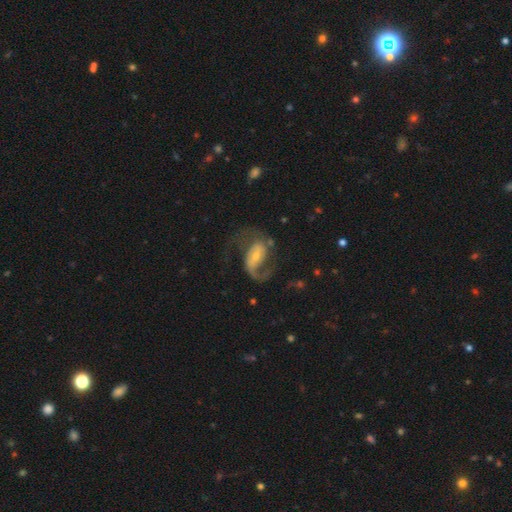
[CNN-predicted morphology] featured or disk 83%, smooth 11%, star or artifact 6%. Down the decision tree: edge-on disk — no (97%); bar — weak (44%); spiral arms — yes (94%); spiral arm count — 2 (74%); spiral winding — loose (47%); bulge size — small (51%); merging — none (51%).